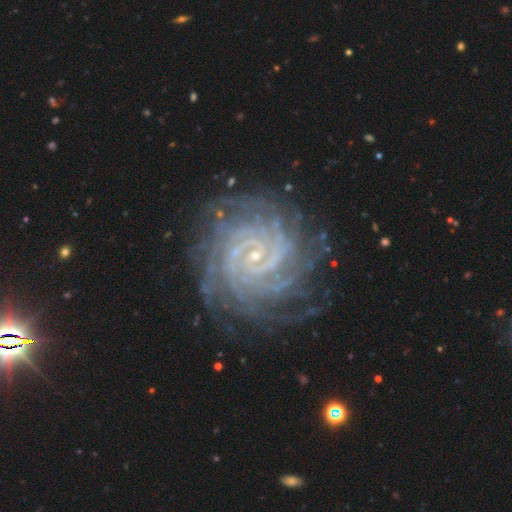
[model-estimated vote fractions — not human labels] This appears to be a featured or disk galaxy (91%) with no bar (45%), more than 4 (31%) tight (83%) spiral arms (99%) and a small central bulge (87%). Merging: none (81%).